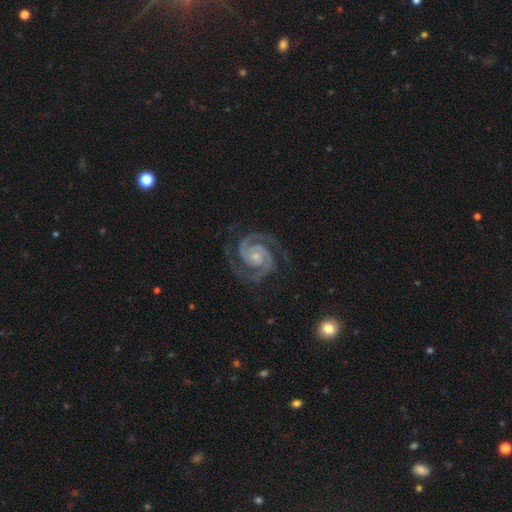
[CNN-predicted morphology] Smooth or featured? Predicted: featured or disk (p=0.94). Edge-on disk? Predicted: no (p=0.98). Bar? Predicted: no (p=0.67). Spiral arms? Predicted: yes (p=0.99). Spiral winding? Predicted: tight (p=0.61). Spiral arm count? Predicted: 2 (p=0.92). Bulge size? Predicted: small (p=0.60). Merging? Predicted: none (p=0.81).